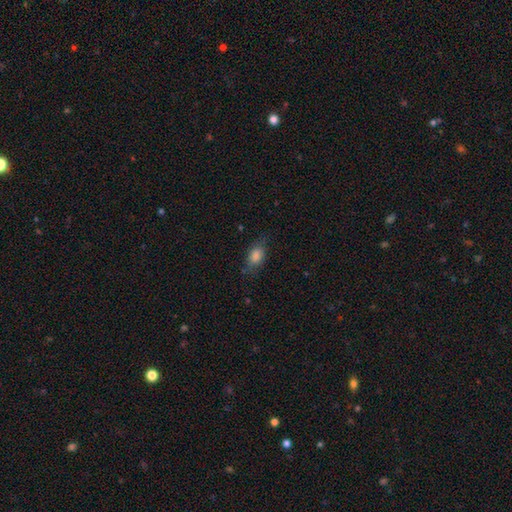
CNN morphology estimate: Smooth or featured? smooth (80%)
How rounded? in between (85%)
Merging? none (71%)